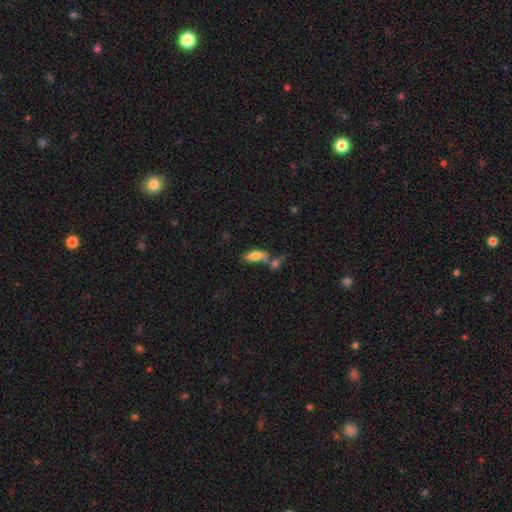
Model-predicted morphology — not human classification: smooth 72%, featured or disk 20%, star or artifact 9%. Down the decision tree: how rounded — in between (75%); merging — none (41%).